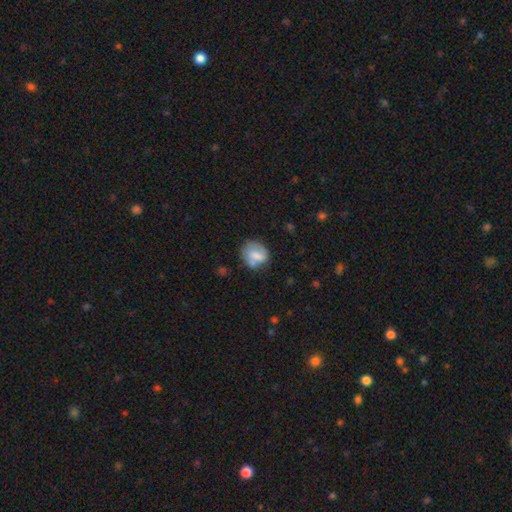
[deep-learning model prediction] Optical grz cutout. It shows a smooth galaxy with no disk features (63%) that is round (66%). Merging: none (57%).